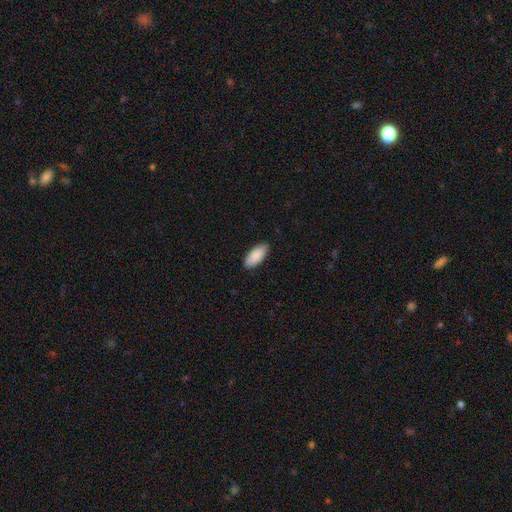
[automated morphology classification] Overall: smooth (90%). How rounded: in between (88%). Merging: none (87%).